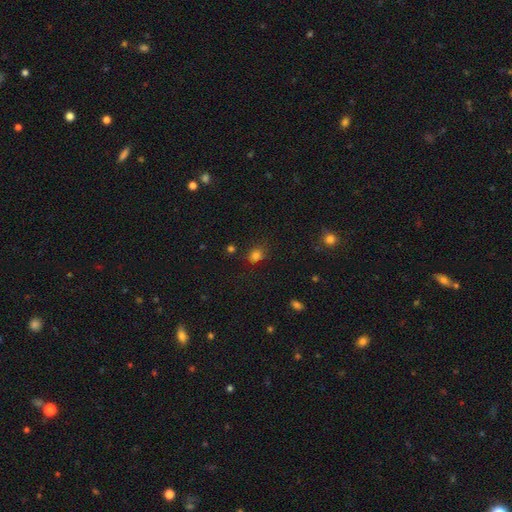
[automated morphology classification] A smooth galaxy with no disk features (78%) that is round (54%). Merging: none (71%).